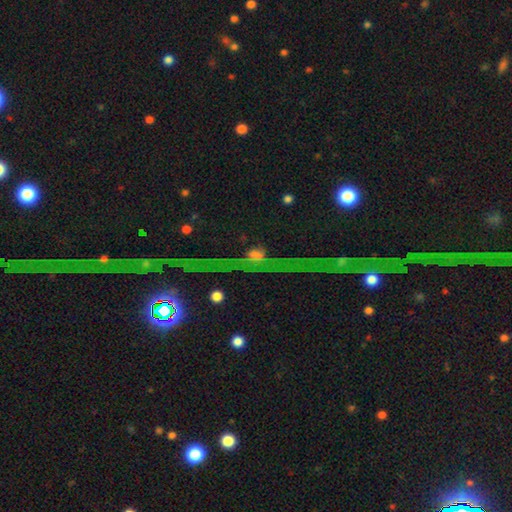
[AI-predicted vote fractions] Q: Smooth or featured?
A: star or artifact (38%); runner-up: featured or disk (35%)